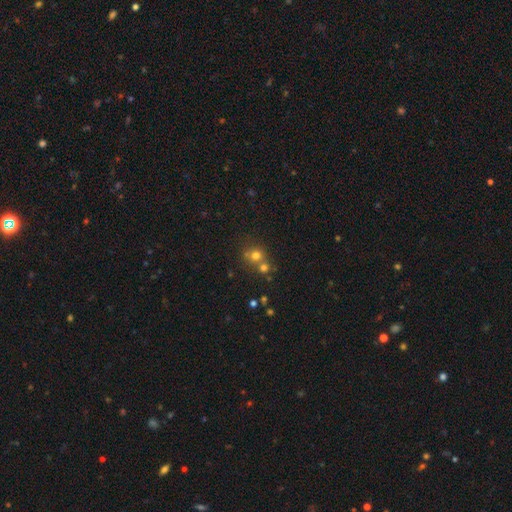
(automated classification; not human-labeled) smooth-or-featured: smooth: 69% | star or artifact: 19% | featured or disk: 12%
  how-rounded: round: 85% | in between: 14% | cigar-shaped: 1%
  merging: none: 50% | merger: 40% | minor disturbance: 7% | major disturbance: 3%